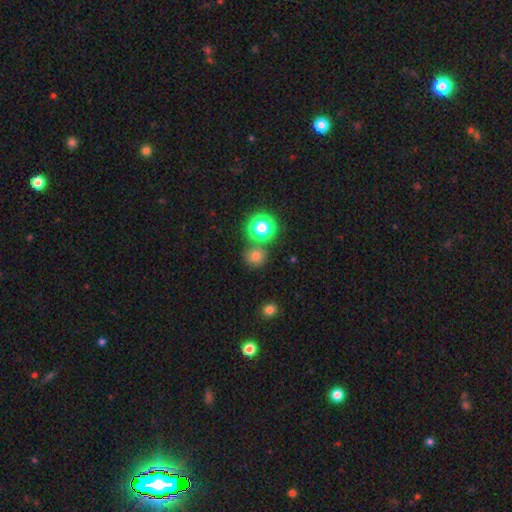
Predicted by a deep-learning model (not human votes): smooth_or_featured: smooth (p=0.71) [alt: star or artifact p=0.22]
how_rounded: round (p=0.89) [alt: in between p=0.10]
merging: none (p=0.78) [alt: minor disturbance p=0.09]